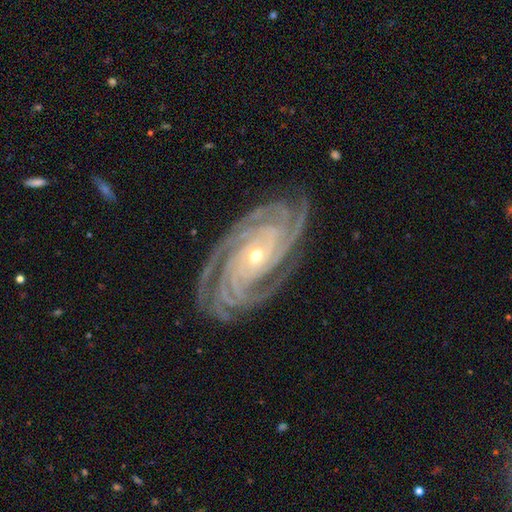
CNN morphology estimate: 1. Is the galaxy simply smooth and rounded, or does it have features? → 92% featured or disk, 5% star or artifact, 3% smooth.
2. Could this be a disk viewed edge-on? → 96% no, 4% yes.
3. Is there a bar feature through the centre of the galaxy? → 65% no, 20% weak, 16% strong.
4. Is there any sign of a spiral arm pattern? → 99% yes, 1% no.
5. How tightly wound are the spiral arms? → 83% tight, 15% medium, 2% loose.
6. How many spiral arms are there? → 37% 4, 22% more than 4, 16% 3, 10% can't tell, 8% 2, 6% 1.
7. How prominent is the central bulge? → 69% small, 28% moderate, 1% large, 1% none, 1% dominant.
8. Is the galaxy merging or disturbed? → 83% none, 13% minor disturbance, 3% major disturbance, 1% merger.